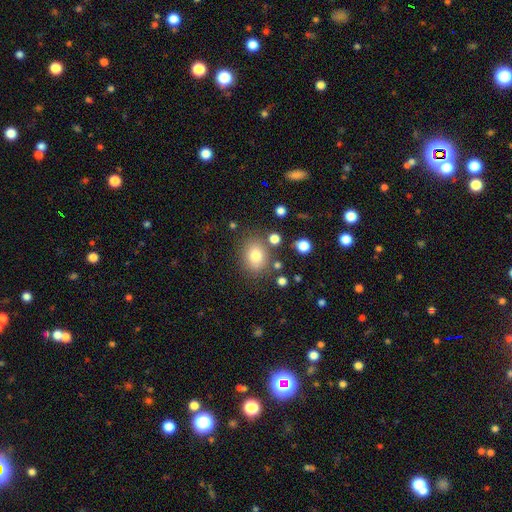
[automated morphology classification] A smooth galaxy with no disk features (78%) that is round (51%).

Vote fractions:
- Smooth or featured? smooth: 78% / star or artifact: 12% / featured or disk: 10%
- How rounded? round: 51% / in between: 48% / cigar-shaped: 1%
- Merging? none: 77% / minor disturbance: 13% / merger: 6% / major disturbance: 4%